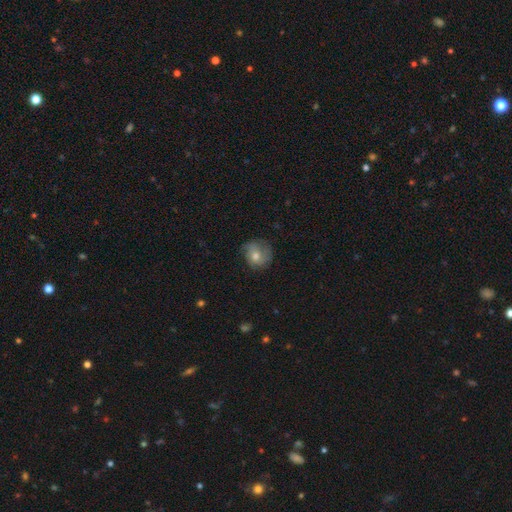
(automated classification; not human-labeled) Smooth or featured?
  - smooth: 59% *
  - featured or disk: 32%
  - star or artifact: 9%
How rounded?
  - round: 79% *
  - in between: 20%
  - cigar-shaped: 1%
Merging?
  - none: 64% *
  - minor disturbance: 25%
  - major disturbance: 10%
  - merger: 1%